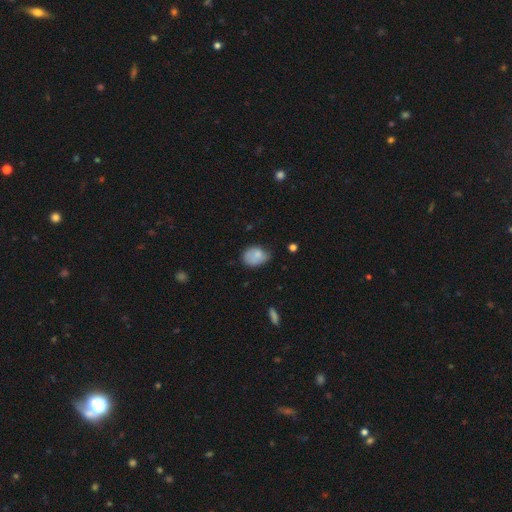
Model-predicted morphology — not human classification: This is likely a smooth galaxy (78%). How rounded: likely in between (72%). Merging: possibly none (47%).